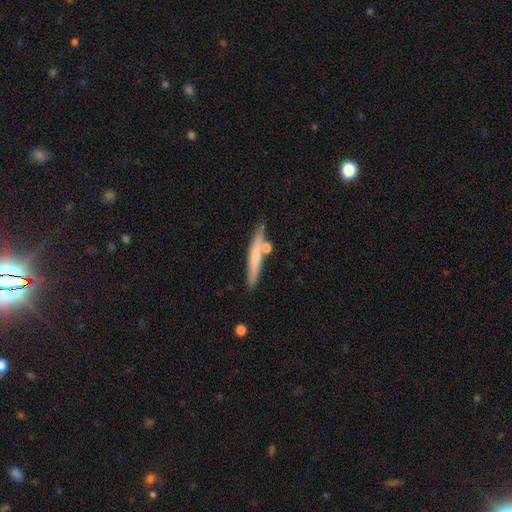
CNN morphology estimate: type=smooth (58%); roundness=cigar-shaped (93%); merging=none (75%).